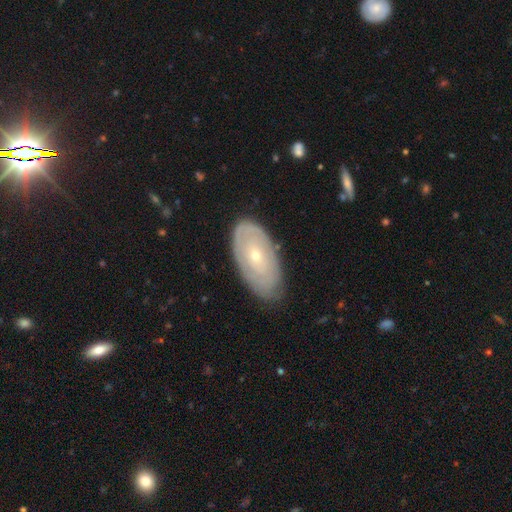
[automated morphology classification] Smooth or featured?
  - featured or disk: 61% *
  - smooth: 33%
  - star or artifact: 6%
Edge-on disk?
  - no: 91% *
  - yes: 9%
Bar?
  - no: 85% *
  - weak: 12%
  - strong: 3%
Spiral arms?
  - yes: 52% *
  - no: 48%
Bulge size?
  - small: 70% *
  - moderate: 27%
  - large: 1%
  - none: 1%
  - dominant: 1%
Merging?
  - none: 75% *
  - minor disturbance: 19%
  - major disturbance: 5%
  - merger: 1%